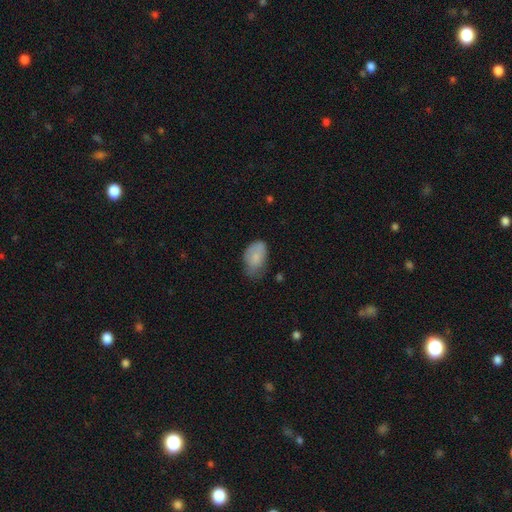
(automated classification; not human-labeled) The model was most divided on "merging": none: 43%, minor disturbance: 41%, major disturbance: 14%, merger: 2%. More confident: how rounded — in between (90%); smooth or featured — smooth (77%).